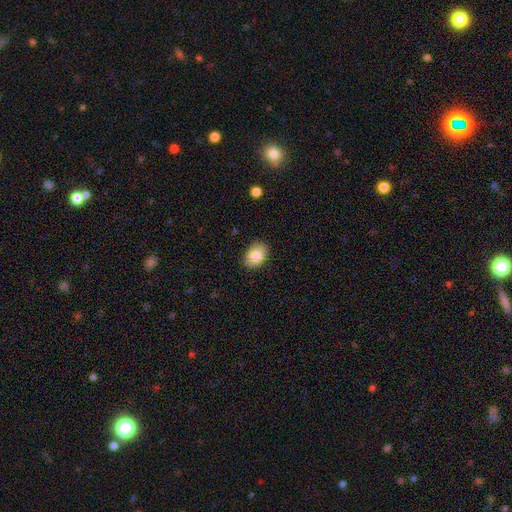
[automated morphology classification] Overall: smooth (85%). How rounded: in between (74%). Merging: none (87%).